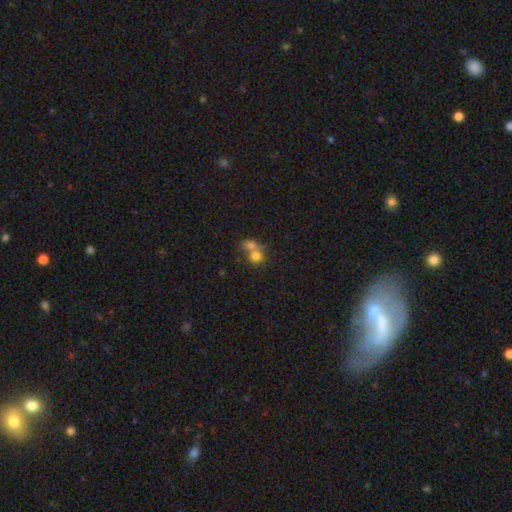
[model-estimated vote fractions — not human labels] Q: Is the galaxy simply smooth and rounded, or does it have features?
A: smooth — 74%.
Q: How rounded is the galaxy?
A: round — 72%.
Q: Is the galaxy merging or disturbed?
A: merger — 65%.